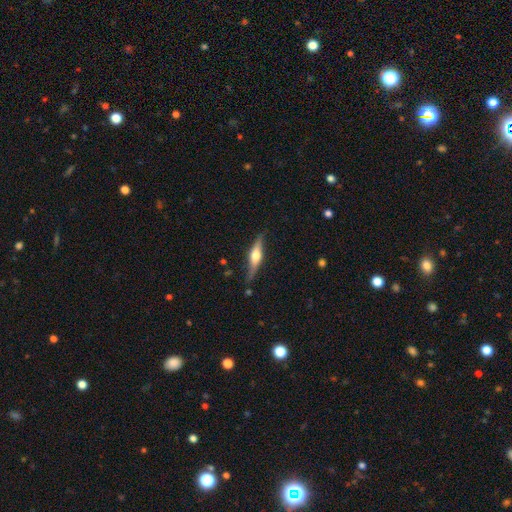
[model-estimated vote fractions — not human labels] smooth-or-featured: featured or disk: 65% | smooth: 30% | star or artifact: 6%
  disk-edge-on: yes: 94% | no: 6%
    edge-on-bulge: rounded: 92% | boxy: 5% | none: 2%
  merging: none: 79% | minor disturbance: 16% | major disturbance: 3% | merger: 2%